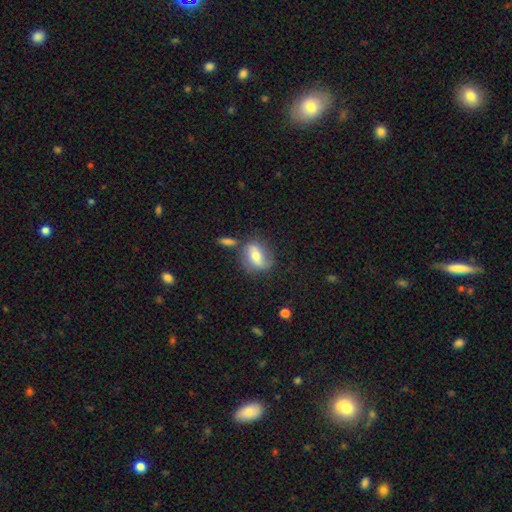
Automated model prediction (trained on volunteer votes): The model was most divided on "smooth or featured": featured or disk: 47%, smooth: 45%, star or artifact: 8%. More confident: merging — none (63%).